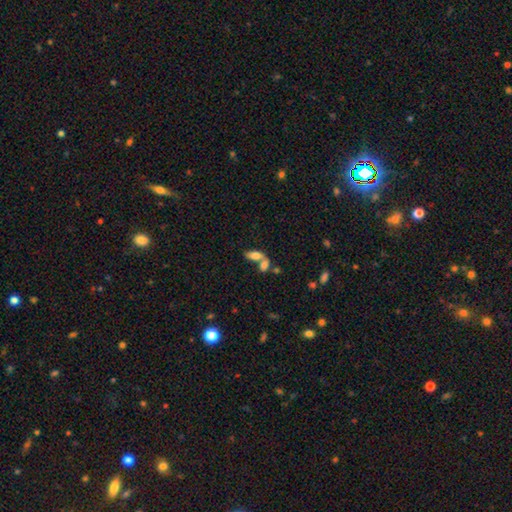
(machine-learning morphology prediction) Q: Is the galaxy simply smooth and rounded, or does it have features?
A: smooth — 75%.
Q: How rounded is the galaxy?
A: in between — 85%.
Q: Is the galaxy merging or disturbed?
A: merger — 63%.